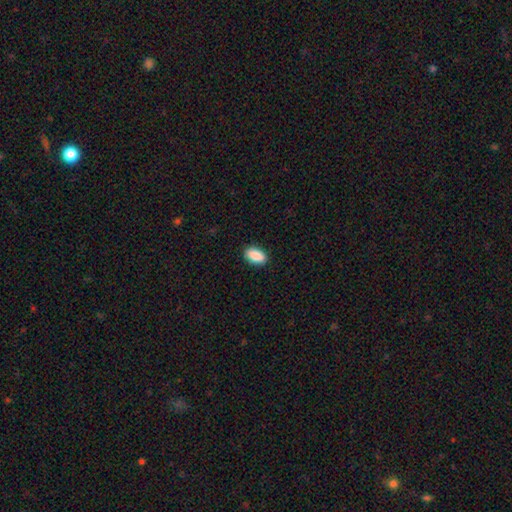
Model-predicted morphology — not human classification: Smooth or featured?
  - smooth: 90% *
  - star or artifact: 7%
  - featured or disk: 4%
How rounded?
  - in between: 93% *
  - round: 5%
  - cigar-shaped: 2%
Merging?
  - none: 89% *
  - minor disturbance: 9%
  - major disturbance: 2%
  - merger: 1%